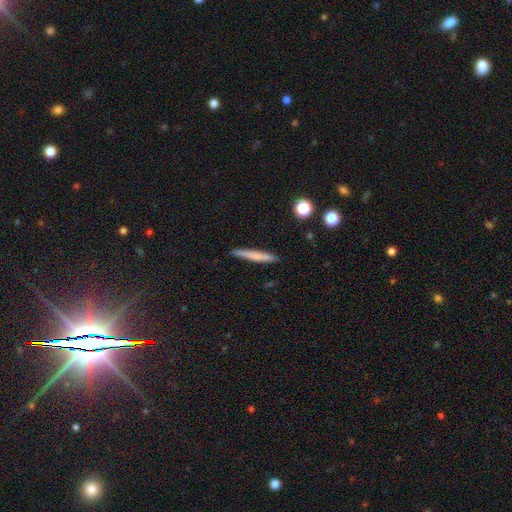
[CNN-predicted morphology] Smooth or featured? Predicted: smooth (p=0.68). How rounded? Predicted: cigar-shaped (p=0.96). Merging? Predicted: none (p=0.90).